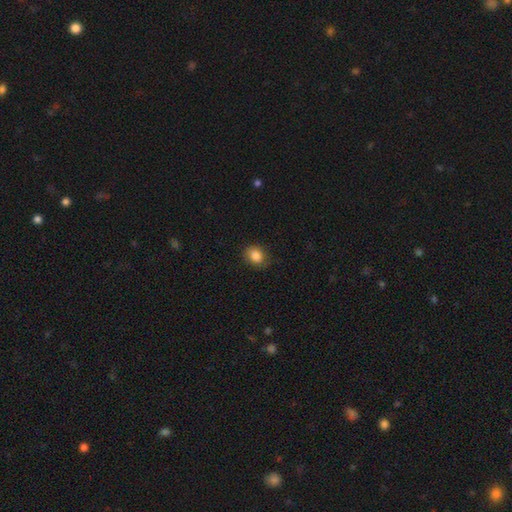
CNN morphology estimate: This appears to be a smooth galaxy with no disk features (85%) that is round (50%). Merging: none (80%).